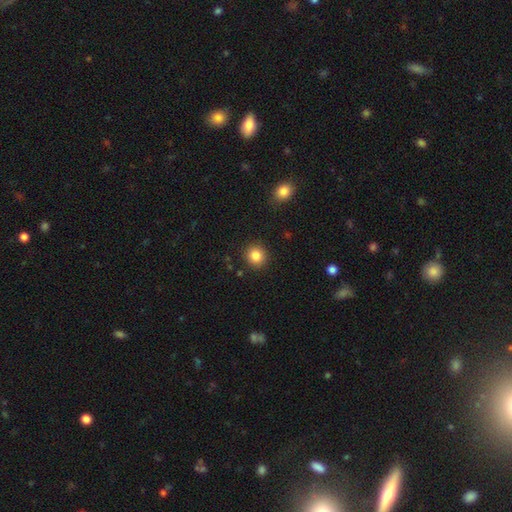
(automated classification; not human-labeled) The model was most divided on "smooth or featured": smooth: 85%, star or artifact: 10%, featured or disk: 5%. More confident: how rounded — round (91%); merging — none (90%).